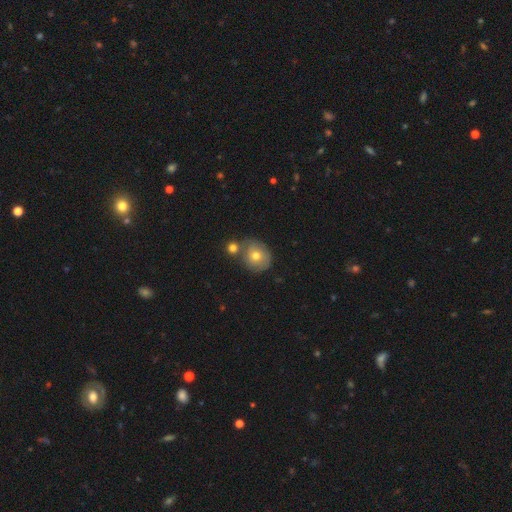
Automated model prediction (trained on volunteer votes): The model was most divided on "merging": none: 59%, merger: 25%, minor disturbance: 13%, major disturbance: 4%. More confident: how rounded — round (82%); smooth or featured — smooth (66%).